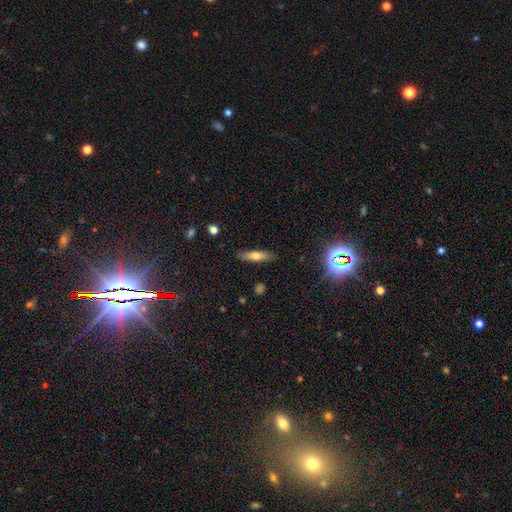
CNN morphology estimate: Overall: smooth (61%; featured or disk 31%). How rounded: cigar-shaped (76%). Merging: none (87%).